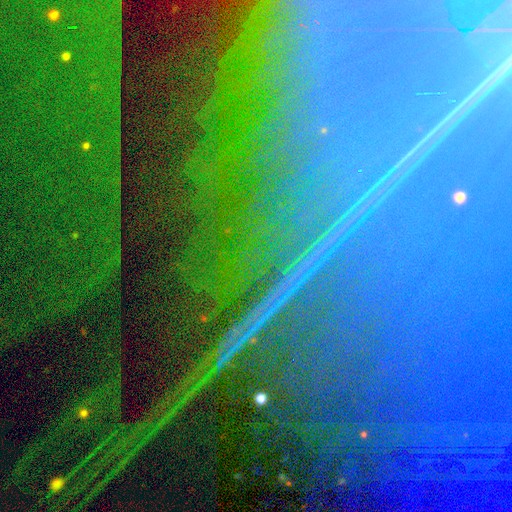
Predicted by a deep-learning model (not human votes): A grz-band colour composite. It shows a star or artifact, not a galaxy (86%).